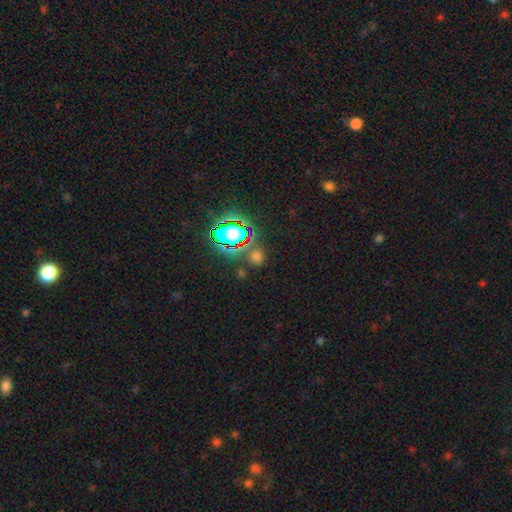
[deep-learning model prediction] This appears to be a smooth galaxy with no disk features (50%). Merging: none (75%).